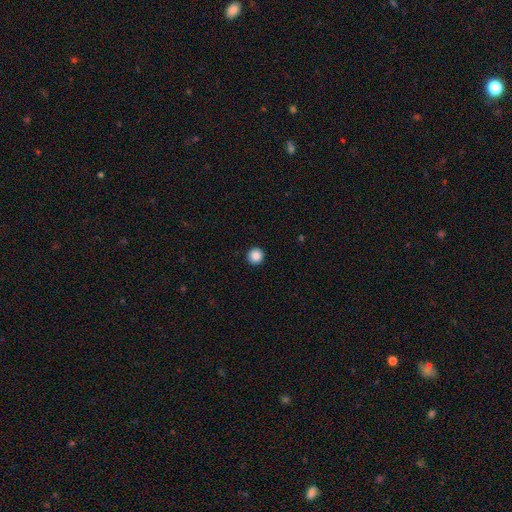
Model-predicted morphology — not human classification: type=smooth (88%); roundness=round (96%); merging=none (93%).